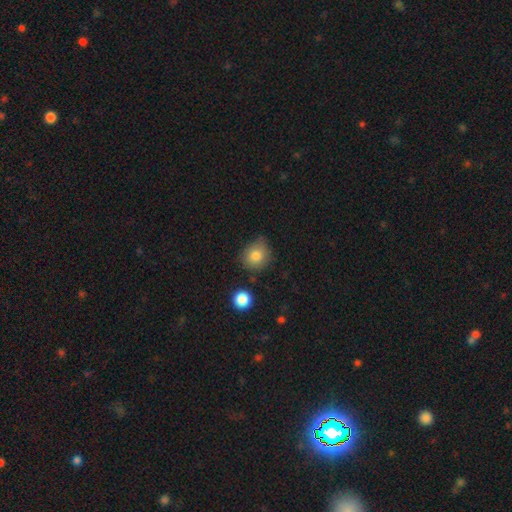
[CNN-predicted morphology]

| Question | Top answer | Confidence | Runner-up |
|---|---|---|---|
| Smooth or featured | smooth | 81% | star or artifact (10%) |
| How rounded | round | 78% | in between (21%) |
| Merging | none | 68% | minor disturbance (23%) |